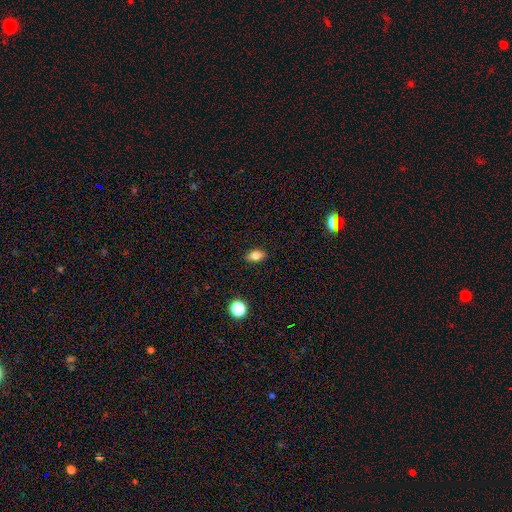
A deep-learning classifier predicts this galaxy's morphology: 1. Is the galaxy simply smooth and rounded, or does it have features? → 76% smooth, 14% featured or disk, 10% star or artifact.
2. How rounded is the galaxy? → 81% in between, 11% round, 7% cigar-shaped.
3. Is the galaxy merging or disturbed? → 88% none, 9% minor disturbance, 2% major disturbance, 1% merger.